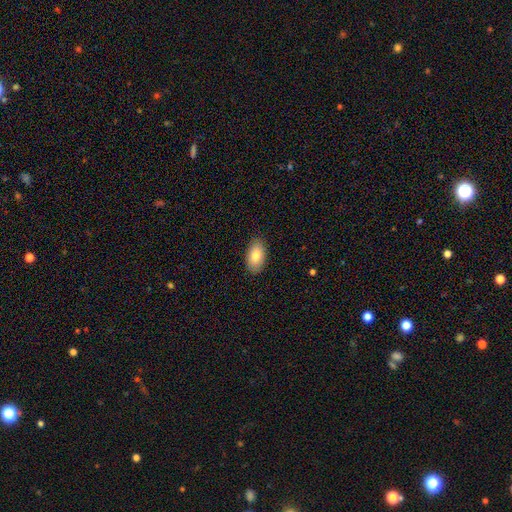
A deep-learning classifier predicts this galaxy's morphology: A smooth galaxy with no disk features (82%) that is in between round and cigar-shaped (94%). Merging: none (87%).